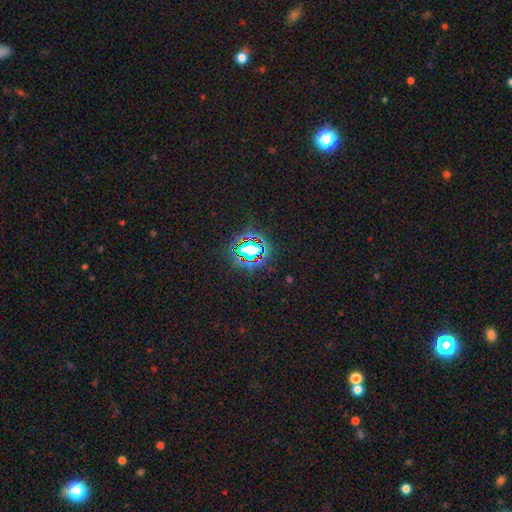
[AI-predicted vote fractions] Smooth or featured: star or artifact — 73% (smooth — 17%)